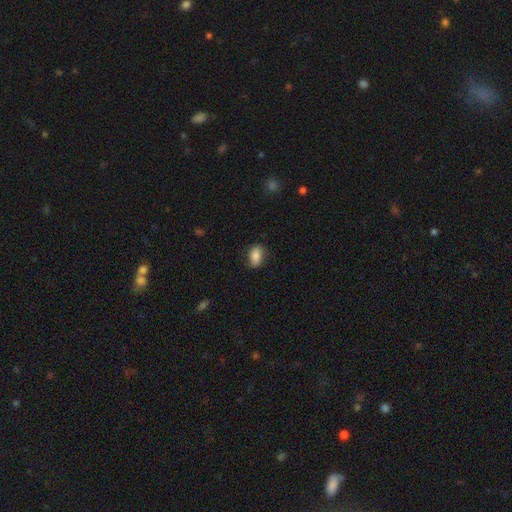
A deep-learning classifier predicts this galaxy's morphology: Smooth or featured?
  - smooth: 83% *
  - featured or disk: 10%
  - star or artifact: 8%
How rounded?
  - in between: 87% *
  - round: 11%
  - cigar-shaped: 2%
Merging?
  - none: 80% *
  - minor disturbance: 16%
  - major disturbance: 3%
  - merger: 1%